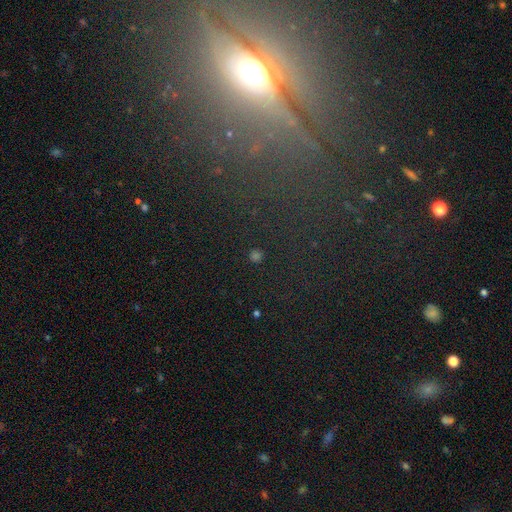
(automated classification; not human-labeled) A smooth galaxy with no disk features (54%) that is round (88%).

Vote fractions:
- Smooth or featured? smooth: 54% / star or artifact: 39% / featured or disk: 7%
- How rounded? round: 88% / in between: 10% / cigar-shaped: 2%
- Merging? none: 89% / minor disturbance: 6% / major disturbance: 3% / merger: 2%